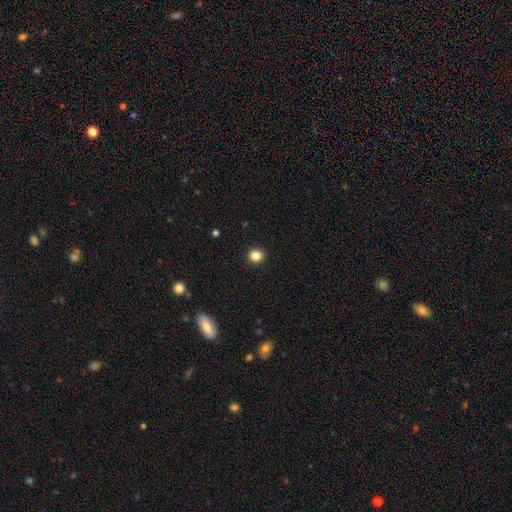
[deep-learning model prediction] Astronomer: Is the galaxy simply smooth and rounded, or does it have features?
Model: smooth — 85%.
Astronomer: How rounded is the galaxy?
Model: round — 83%.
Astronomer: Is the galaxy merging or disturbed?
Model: none — 92%.